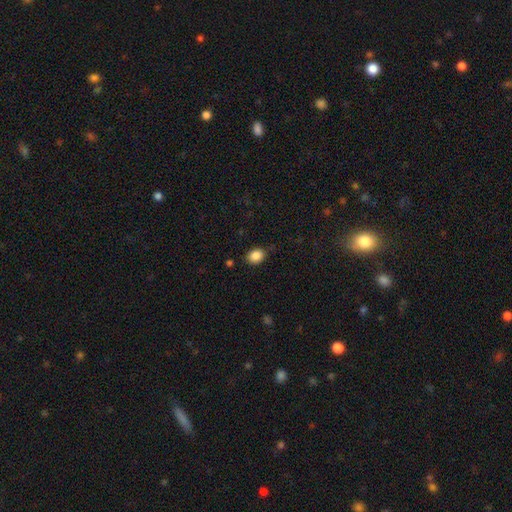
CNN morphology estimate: Overall: smooth (87%). How rounded: in between (59%; round 40%). Merging: none (85%).